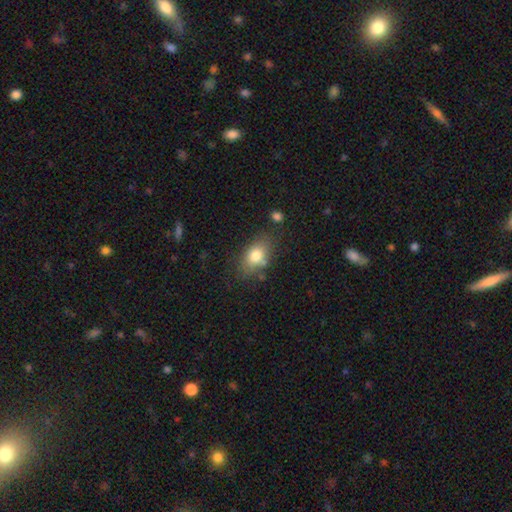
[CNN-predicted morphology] Smooth or featured: smooth — 77% (featured or disk — 14%)
How rounded: in between — 82% (round — 15%)
Merging: none — 71% (minor disturbance — 18%)